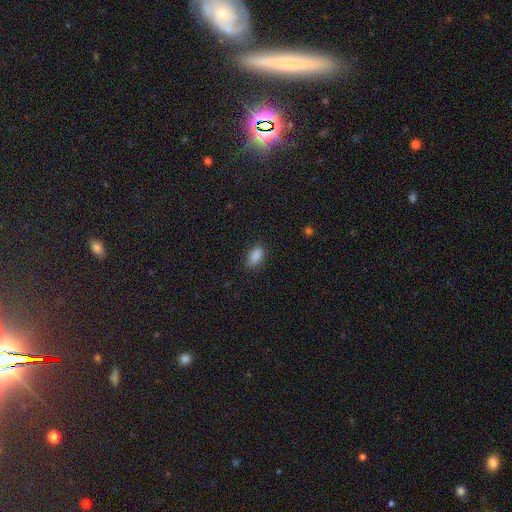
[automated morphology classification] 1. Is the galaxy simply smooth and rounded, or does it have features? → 87% smooth, 9% star or artifact, 4% featured or disk.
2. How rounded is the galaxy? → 90% in between, 5% round, 4% cigar-shaped.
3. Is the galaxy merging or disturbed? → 85% none, 11% minor disturbance, 3% major disturbance, 1% merger.